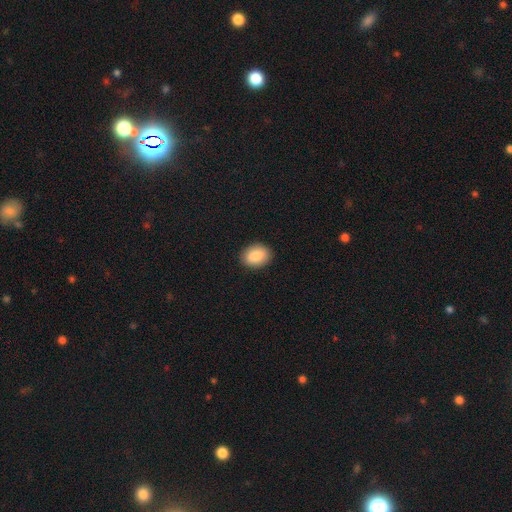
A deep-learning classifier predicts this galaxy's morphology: Q: Smooth or featured?
A: smooth (86%); runner-up: star or artifact (7%)
Q: How rounded?
A: in between (71%); runner-up: round (28%)
Q: Merging?
A: none (90%); runner-up: minor disturbance (8%)